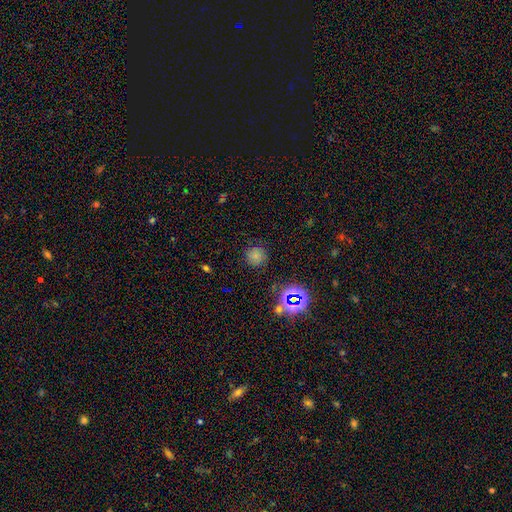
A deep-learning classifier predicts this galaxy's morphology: type=smooth (67%); roundness=round (91%); merging=none (82%).